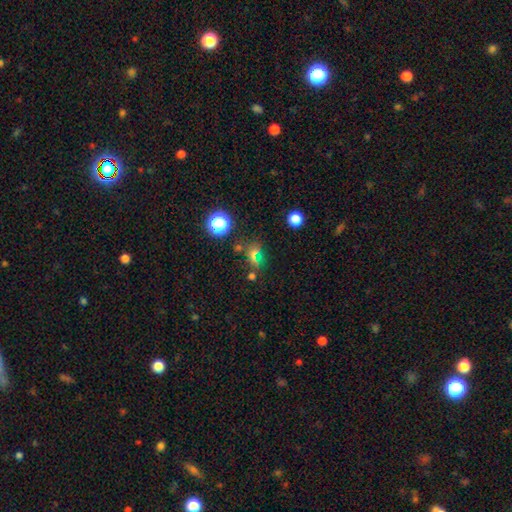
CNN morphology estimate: Overall: smooth (46%; star or artifact 43%). Merging: none (67%).